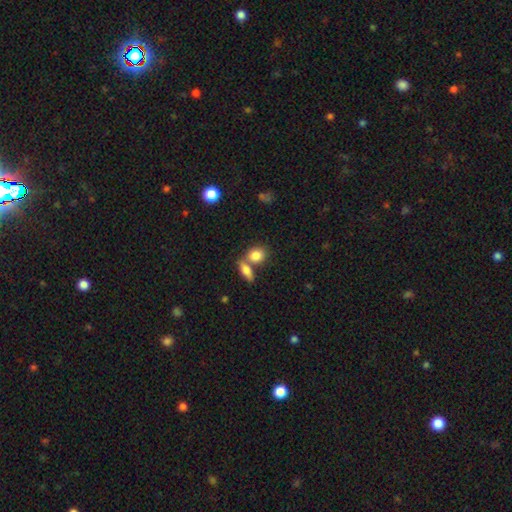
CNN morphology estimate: Smooth or featured? smooth (83%)
How rounded? in between (60%)
Merging? merger (44%, tied with none)